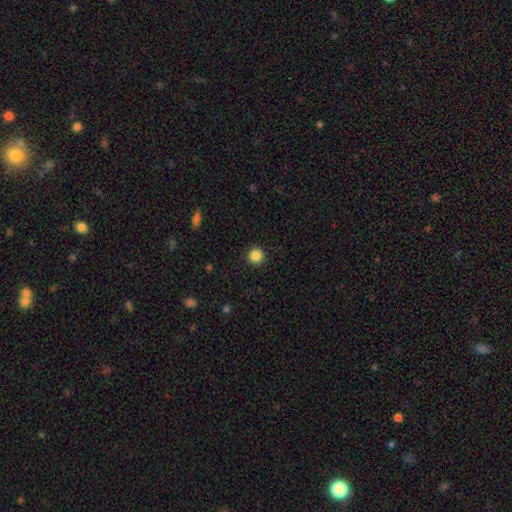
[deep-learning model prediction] This is clearly a smooth galaxy (85%). How rounded: clearly round (95%). Merging: clearly none (92%).